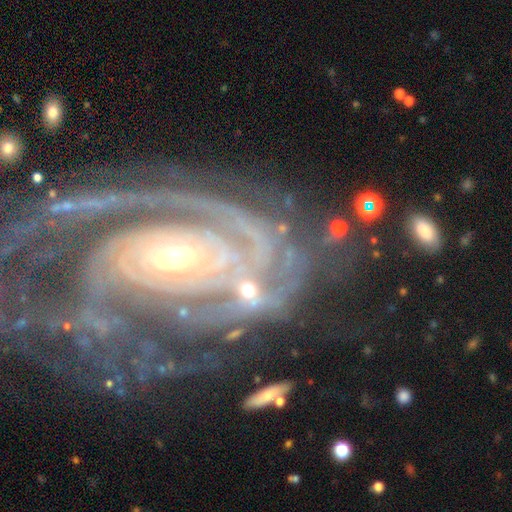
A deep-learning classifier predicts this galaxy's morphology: Smooth or featured? Predicted: featured or disk (p=0.87). Edge-on disk? Predicted: no (p=0.96). Bar? Predicted: no (p=0.61). Spiral arms? Predicted: yes (p=0.95). Spiral winding? Predicted: tight (p=0.75). Spiral arm count? Predicted: can't tell (p=0.25, tied with 2). Bulge size? Predicted: moderate (p=0.49). Merging? Predicted: none (p=0.59).